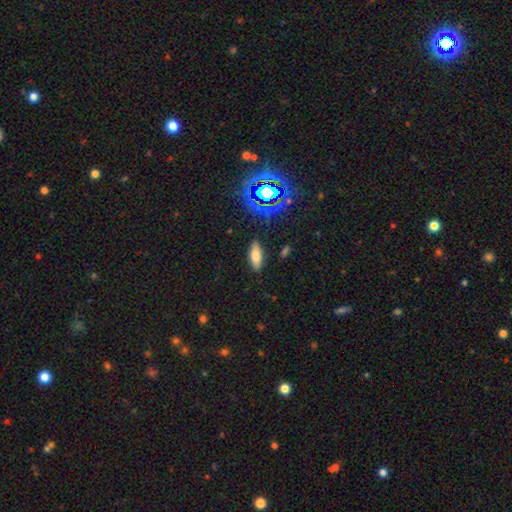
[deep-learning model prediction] The model was most divided on "smooth or featured": smooth: 66%, featured or disk: 18%, star or artifact: 16%. More confident: merging — none (87%); how rounded — in between (72%).